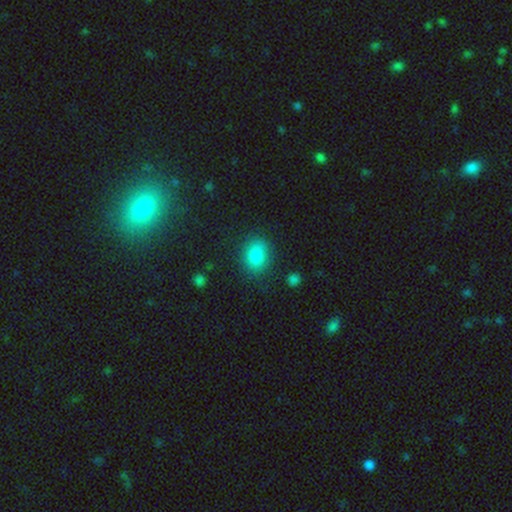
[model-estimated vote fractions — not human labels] Smooth or featured?
  - smooth: 81% *
  - star or artifact: 11%
  - featured or disk: 8%
How rounded?
  - in between: 52% *
  - round: 47%
  - cigar-shaped: 1%
Merging?
  - none: 83% *
  - minor disturbance: 12%
  - major disturbance: 4%
  - merger: 2%